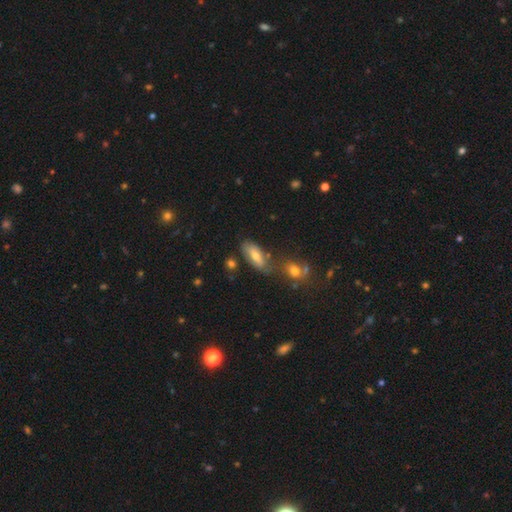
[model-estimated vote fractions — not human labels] Overall: smooth (58%; featured or disk 31%). How rounded: in between (76%). Merging: none (60%).